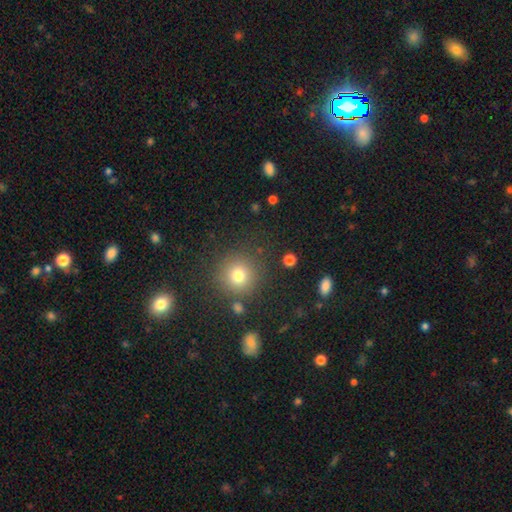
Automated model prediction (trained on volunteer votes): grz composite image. It shows a smooth galaxy with no disk features (57%) that is round (94%). Merging: none (86%).